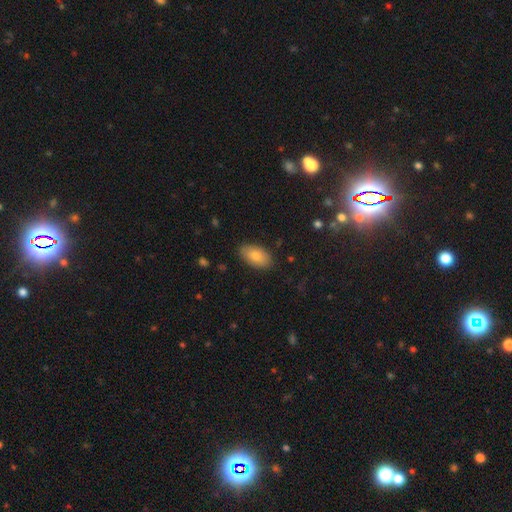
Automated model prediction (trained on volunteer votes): Smooth or featured: smooth — 81% (featured or disk — 11%)
How rounded: in between — 94% (round — 4%)
Merging: none — 86% (minor disturbance — 10%)